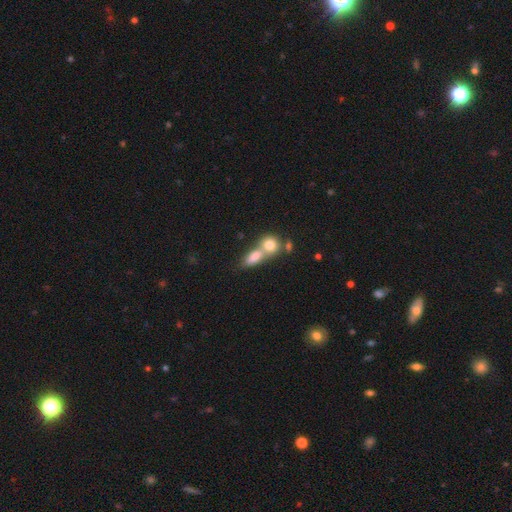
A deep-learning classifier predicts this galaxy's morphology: type=smooth (74%); roundness=in between (55%); merging=merger (66%).